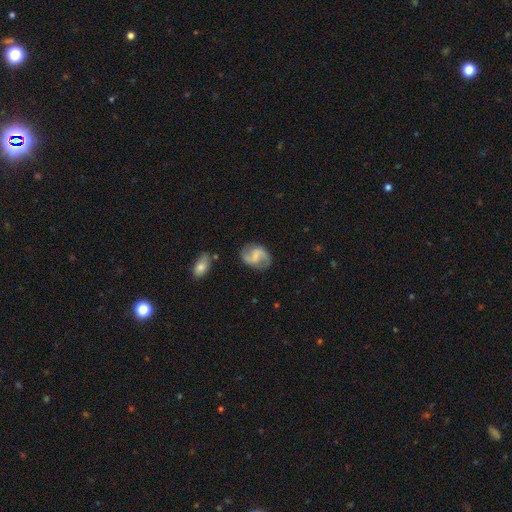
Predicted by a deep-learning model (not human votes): Morphology: type=featured or disk (77%); edge-on=no (98%); bar=weak (50%); spiral arms=yes (94%); winding=loose (48%); arm count=2 (91%); bulge=none (40%); merging=none (77%).